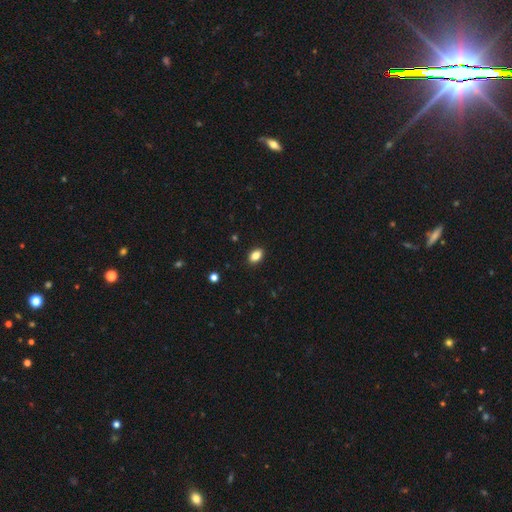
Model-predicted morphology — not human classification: smooth 85%, star or artifact 9%, featured or disk 6%. Down the decision tree: how rounded — in between (84%); merging — none (90%).